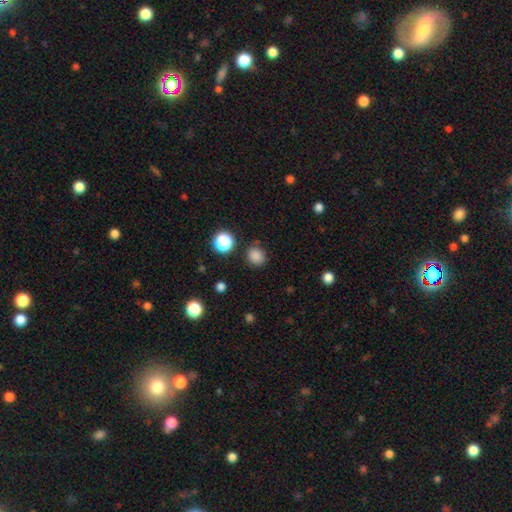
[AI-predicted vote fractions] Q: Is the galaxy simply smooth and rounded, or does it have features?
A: smooth — 83%.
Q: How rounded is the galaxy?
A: round — 84%.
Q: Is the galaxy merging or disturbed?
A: none — 84%.